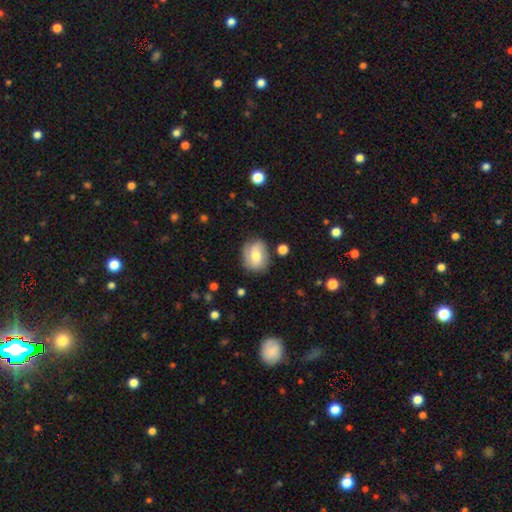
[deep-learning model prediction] This appears to be a smooth galaxy with no disk features (58%) that is round (52%). Merging: none (75%).